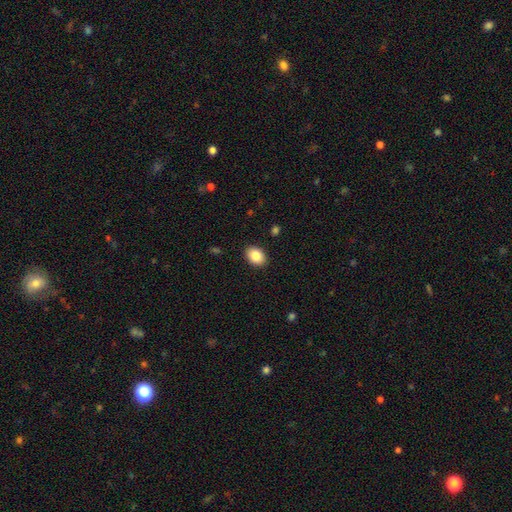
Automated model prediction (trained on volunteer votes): A smooth galaxy with no disk features (86%) that is in between round and cigar-shaped (76%).

Vote fractions:
- Smooth or featured? smooth: 86% / star or artifact: 7% / featured or disk: 7%
- How rounded? in between: 76% / round: 23% / cigar-shaped: 1%
- Merging? none: 90% / minor disturbance: 7% / major disturbance: 2% / merger: 1%